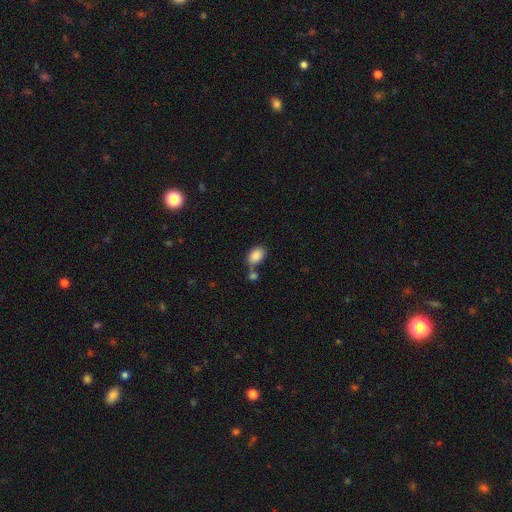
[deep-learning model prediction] Smooth or featured? smooth (87%)
How rounded? in between (86%)
Merging? none (57%)